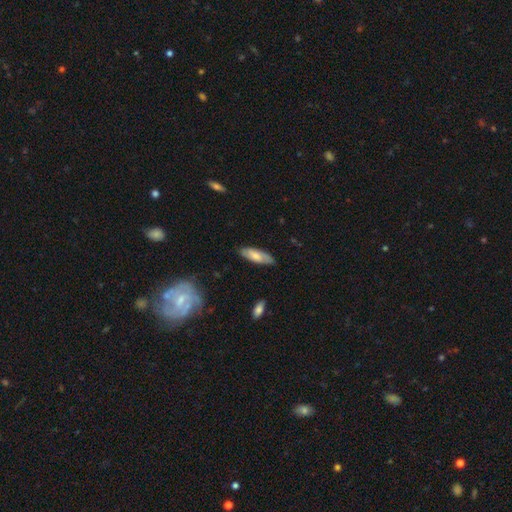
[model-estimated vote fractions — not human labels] Morphology: type=smooth (68%); roundness=in between (58%); merging=none (83%).